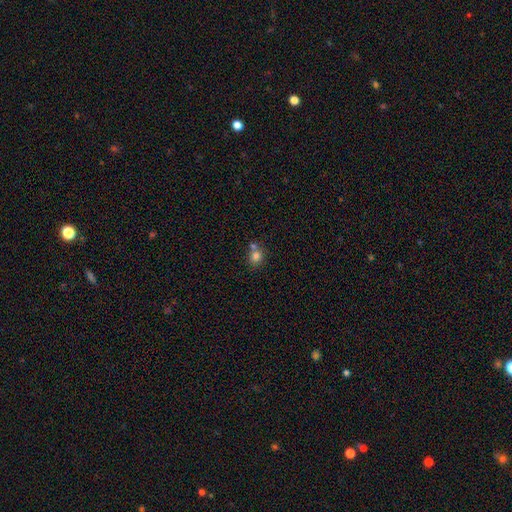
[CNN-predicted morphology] This is likely a smooth galaxy (79%). How rounded: clearly round (81%). Merging: possibly none (52%).